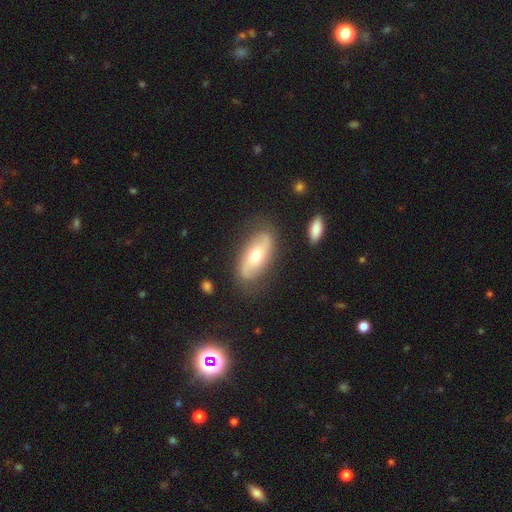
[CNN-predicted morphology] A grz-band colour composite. It shows a featured or disk galaxy (63%) with no bar (58%), spiral arms (80%) and a moderate central bulge (72%). Merging: none (80%).